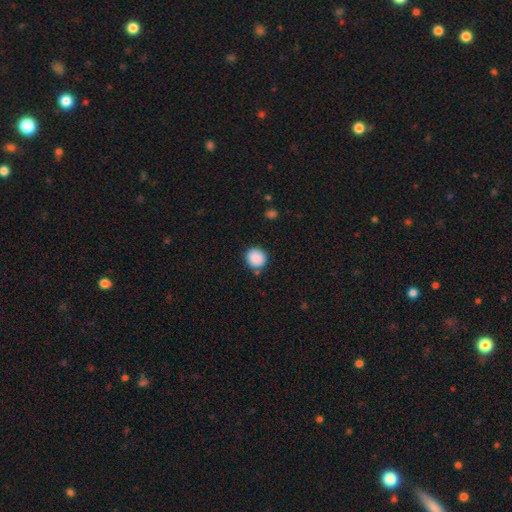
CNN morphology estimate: Overall: smooth (89%). How rounded: round (89%). Merging: none (82%).